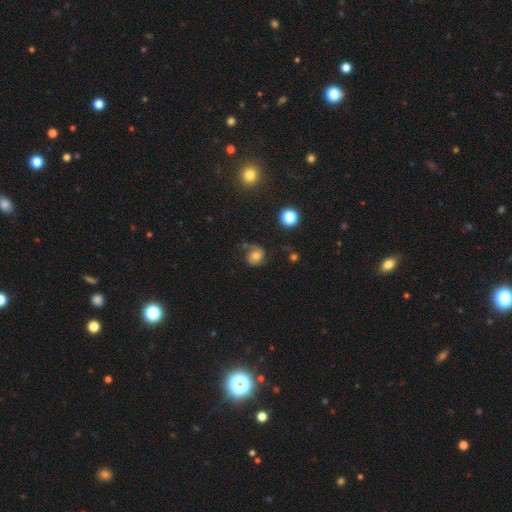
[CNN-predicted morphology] This appears to be a featured or disk galaxy (44%). Merging: none (57%).